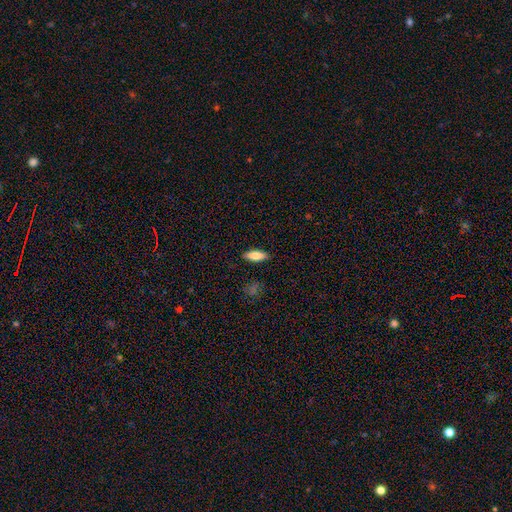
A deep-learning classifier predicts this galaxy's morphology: Smooth or featured?
  - smooth: 78% *
  - featured or disk: 16%
  - star or artifact: 7%
How rounded?
  - in between: 68% *
  - cigar-shaped: 30%
  - round: 2%
Merging?
  - none: 87% *
  - minor disturbance: 9%
  - major disturbance: 2%
  - merger: 1%